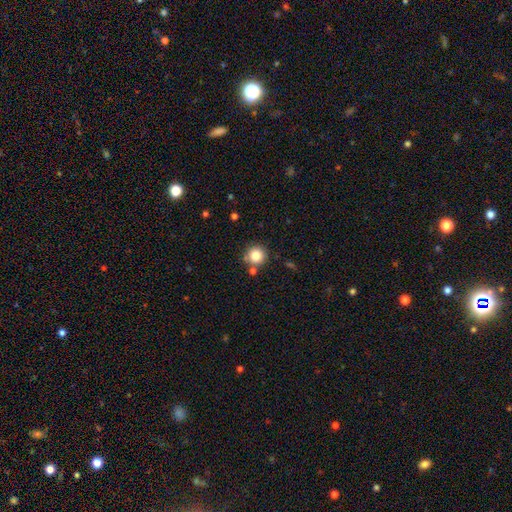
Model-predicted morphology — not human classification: This appears to be a smooth galaxy with no disk features (82%) that is round (94%). Merging: none (79%).